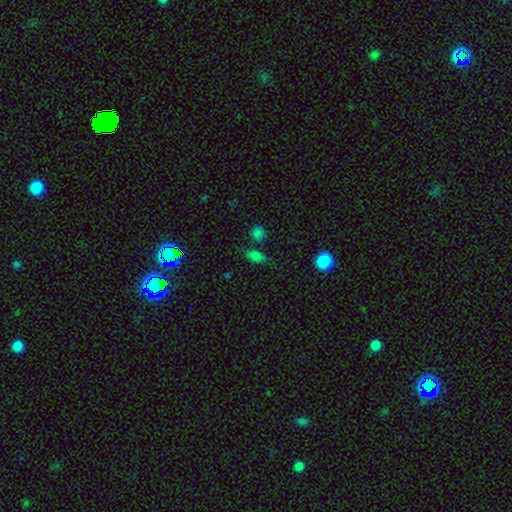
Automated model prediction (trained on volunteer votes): The model was most divided on "merging": none: 68%, minor disturbance: 17%, merger: 9%, major disturbance: 6%. More confident: how rounded — in between (75%); smooth or featured — smooth (73%).